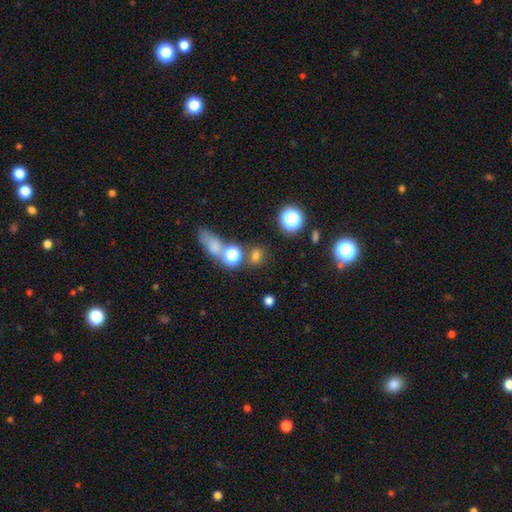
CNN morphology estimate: Smooth or featured? smooth (71%)
How rounded? round (66%)
Merging? none (70%)